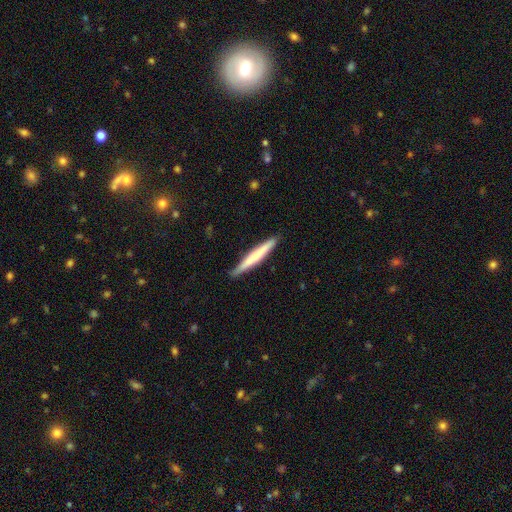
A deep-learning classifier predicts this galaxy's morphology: Smooth or featured: smooth — 60% (featured or disk — 34%)
How rounded: cigar-shaped — 96% (in between — 3%)
Merging: none — 88% (minor disturbance — 9%)